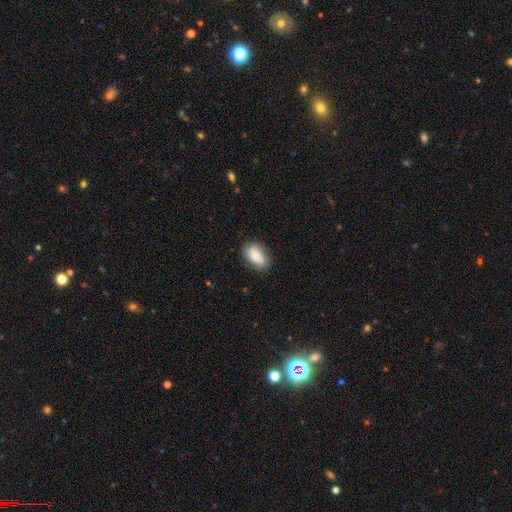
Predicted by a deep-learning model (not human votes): smooth 85%, featured or disk 8%, star or artifact 7%. Down the decision tree: how rounded — in between (92%); merging — none (80%).